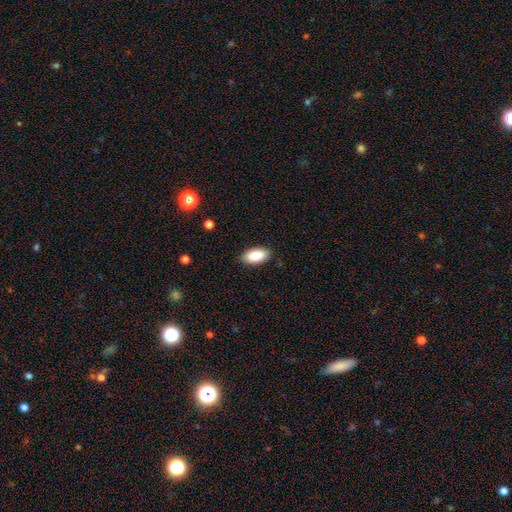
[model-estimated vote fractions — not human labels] A smooth galaxy with no disk features (82%) that is in between round and cigar-shaped (93%).

Vote fractions:
- Smooth or featured? smooth: 82% / featured or disk: 11% / star or artifact: 7%
- How rounded? in between: 93% / cigar-shaped: 5% / round: 3%
- Merging? none: 88% / minor disturbance: 9% / major disturbance: 2% / merger: 1%